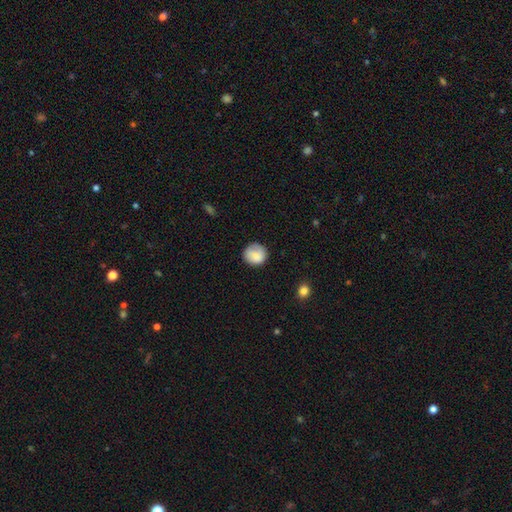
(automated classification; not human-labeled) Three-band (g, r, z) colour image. It shows a smooth galaxy with no disk features (85%) that is round (88%). Merging: none (78%).